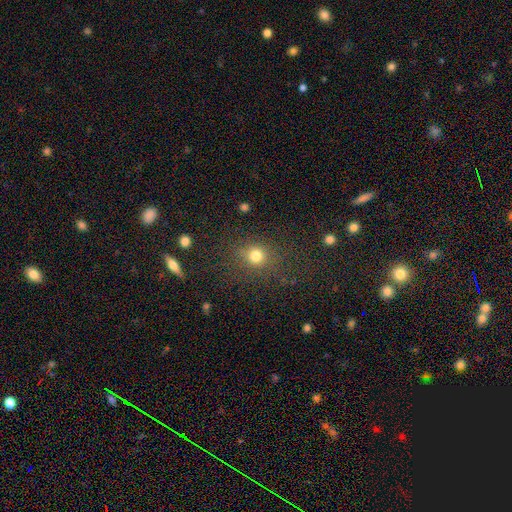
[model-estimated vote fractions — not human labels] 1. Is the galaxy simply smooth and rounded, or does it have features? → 74% smooth, 18% star or artifact, 8% featured or disk.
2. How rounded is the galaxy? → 83% round, 16% in between, 2% cigar-shaped.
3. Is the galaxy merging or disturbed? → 78% none, 11% minor disturbance, 7% major disturbance, 3% merger.